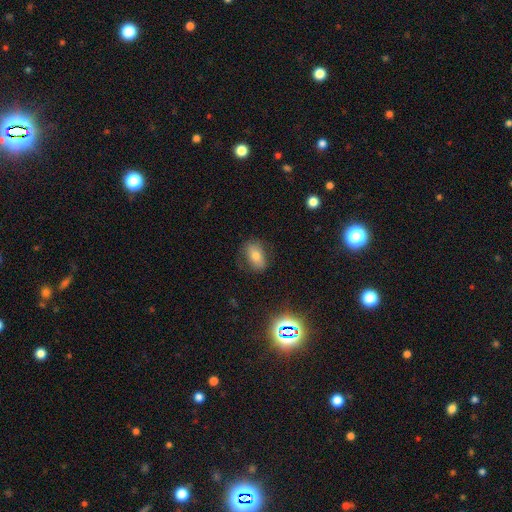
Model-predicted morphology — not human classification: Smooth or featured?
  - smooth: 64% *
  - featured or disk: 19%
  - star or artifact: 17%
How rounded?
  - in between: 82% *
  - round: 15%
  - cigar-shaped: 3%
Merging?
  - none: 76% *
  - minor disturbance: 16%
  - major disturbance: 6%
  - merger: 2%